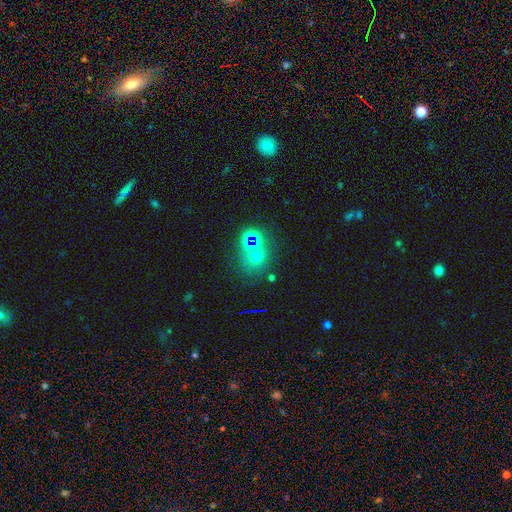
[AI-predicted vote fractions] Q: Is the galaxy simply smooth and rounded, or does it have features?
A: smooth — 54%.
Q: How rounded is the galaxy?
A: round — 75%.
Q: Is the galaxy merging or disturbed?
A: none — 64%.